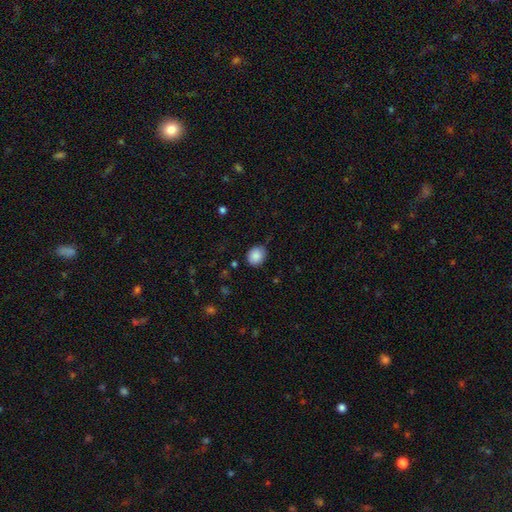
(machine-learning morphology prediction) Overall: smooth (87%). How rounded: round (68%; in between 31%). Merging: none (75%).